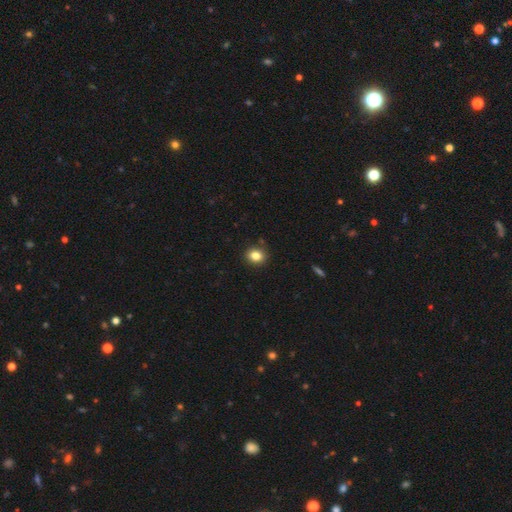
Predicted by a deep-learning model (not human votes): Smooth or featured? Predicted: smooth (p=0.83). How rounded? Predicted: round (p=0.62). Merging? Predicted: none (p=0.88).